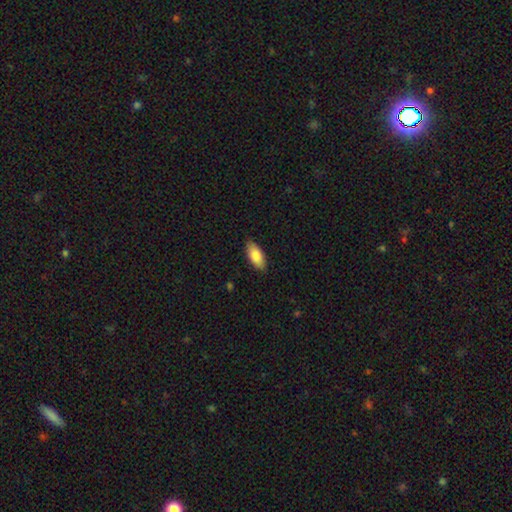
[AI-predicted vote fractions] A smooth galaxy with no disk features (84%) that is in between round and cigar-shaped (88%). Merging: none (87%).